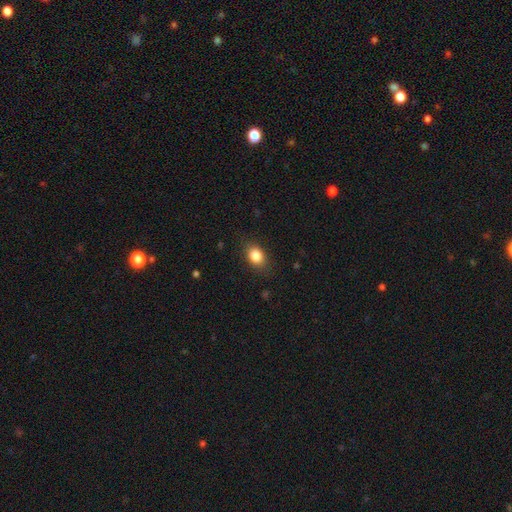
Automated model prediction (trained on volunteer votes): Morphology: type=smooth (84%); roundness=in between (68%); merging=none (83%).